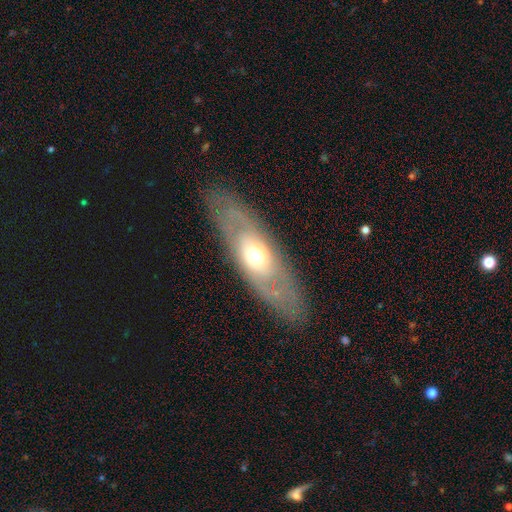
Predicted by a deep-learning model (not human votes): This is possibly a featured or disk galaxy (57%). It is likely not viewed edge-on (72%). Merging: clearly none (81%).